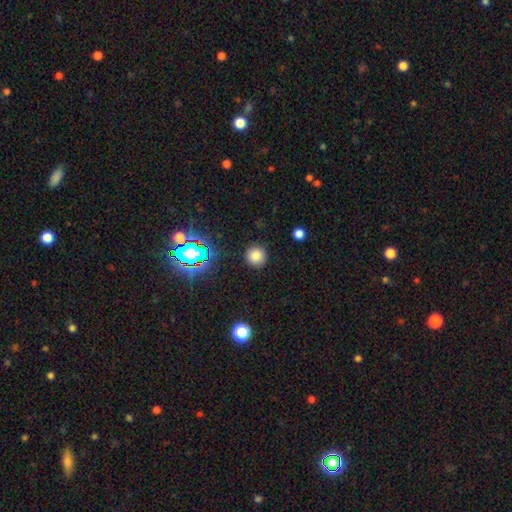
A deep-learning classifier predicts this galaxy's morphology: A smooth galaxy with no disk features (78%) that is round (94%).

Vote fractions:
- Smooth or featured? smooth: 78% / star or artifact: 16% / featured or disk: 6%
- How rounded? round: 94% / in between: 5% / cigar-shaped: 1%
- Merging? none: 90% / minor disturbance: 6% / major disturbance: 2% / merger: 1%